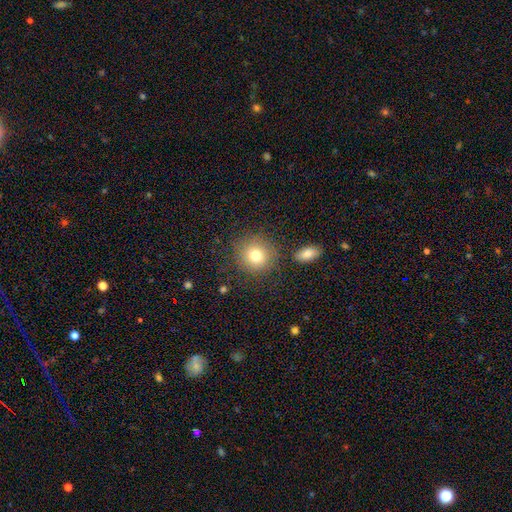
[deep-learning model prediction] Overall: smooth (77%). How rounded: round (90%). Merging: none (82%).